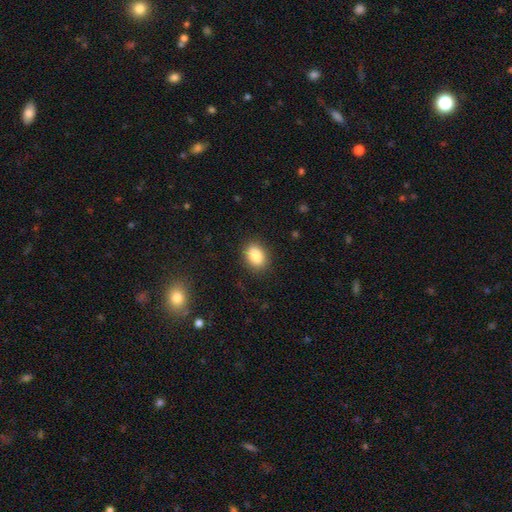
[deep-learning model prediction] smooth 86%, star or artifact 8%, featured or disk 5%. Down the decision tree: how rounded — in between (76%); merging — none (88%).